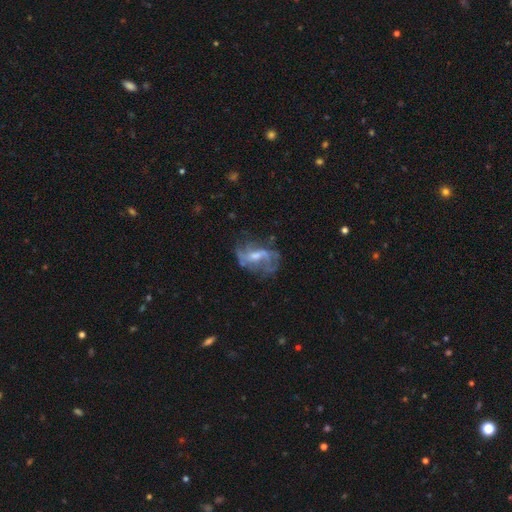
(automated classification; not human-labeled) smooth-or-featured: featured or disk: 74% | smooth: 16% | star or artifact: 9%
  disk-edge-on: no: 96% | yes: 4%
    bar: weak: 50% | no: 30% | strong: 20%
    has-spiral-arms: yes: 75% | no: 25%
      spiral-winding: loose: 57% | medium: 32% | tight: 11%
      spiral-arm-count: 2: 58% | can't tell: 22% | 3: 8% | 1: 6% | 4: 3% | more than 4: 2%
    bulge-size: moderate: 46% | small: 35% | none: 12% | large: 5% | dominant: 1%
  merging: none: 49% | major disturbance: 25% | minor disturbance: 22% | merger: 4%